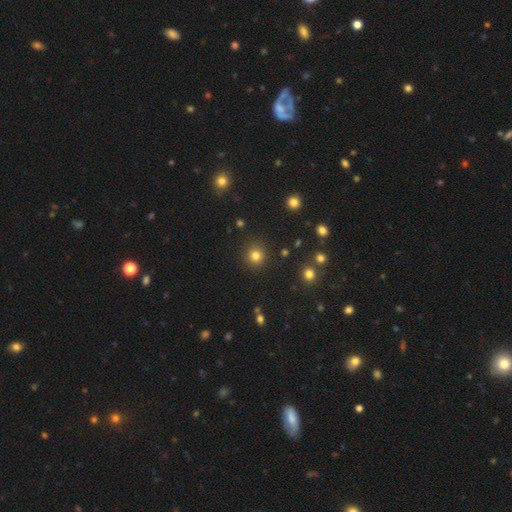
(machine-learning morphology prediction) A smooth galaxy with no disk features (81%) that is round (93%).

Vote fractions:
- Smooth or featured? smooth: 81% / star or artifact: 14% / featured or disk: 5%
- How rounded? round: 93% / in between: 6% / cigar-shaped: 1%
- Merging? none: 90% / minor disturbance: 6% / major disturbance: 2% / merger: 2%